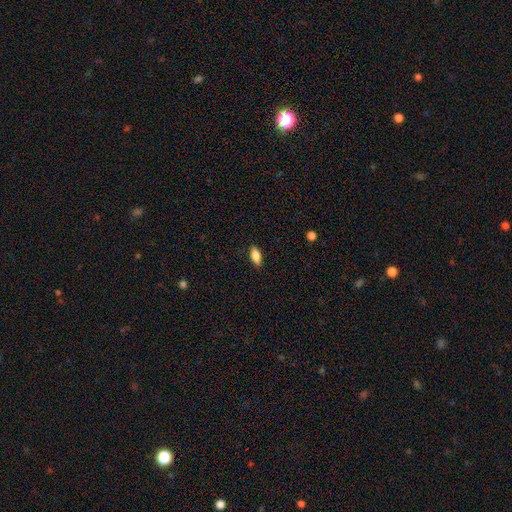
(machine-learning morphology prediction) Smooth or featured? smooth (84%)
How rounded? in between (85%)
Merging? none (87%)